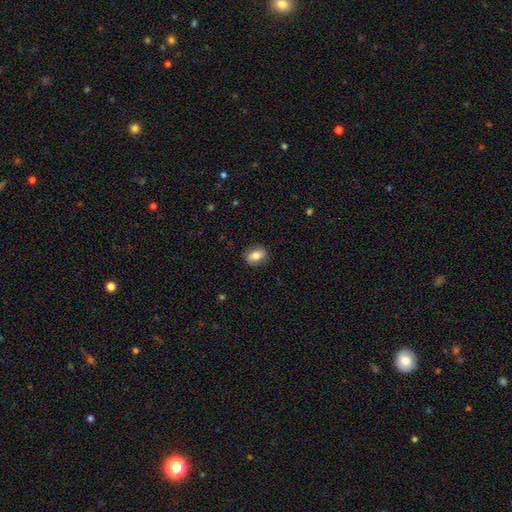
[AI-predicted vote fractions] A smooth galaxy with no disk features (72%) that is in between round and cigar-shaped (76%). Merging: none (85%).